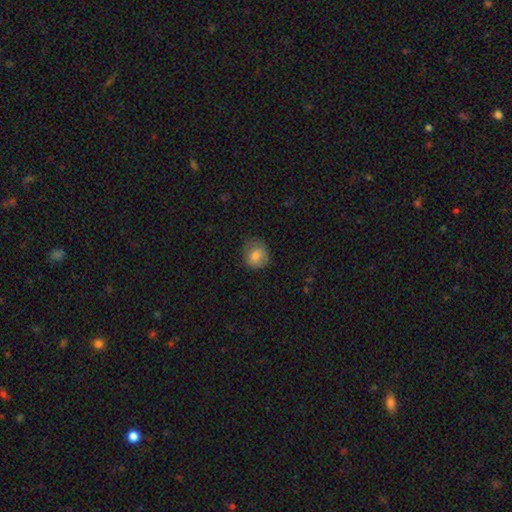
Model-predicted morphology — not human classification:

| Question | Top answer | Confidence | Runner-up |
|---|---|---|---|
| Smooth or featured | smooth | 80% | featured or disk (11%) |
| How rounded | round | 76% | in between (23%) |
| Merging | none | 70% | minor disturbance (22%) |